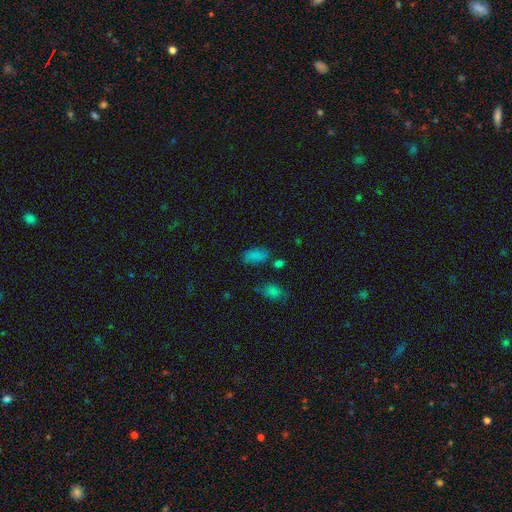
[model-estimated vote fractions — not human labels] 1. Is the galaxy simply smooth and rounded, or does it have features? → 81% smooth, 14% star or artifact, 5% featured or disk.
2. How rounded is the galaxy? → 91% in between, 5% round, 4% cigar-shaped.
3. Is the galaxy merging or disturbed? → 72% none, 16% minor disturbance, 7% merger, 5% major disturbance.